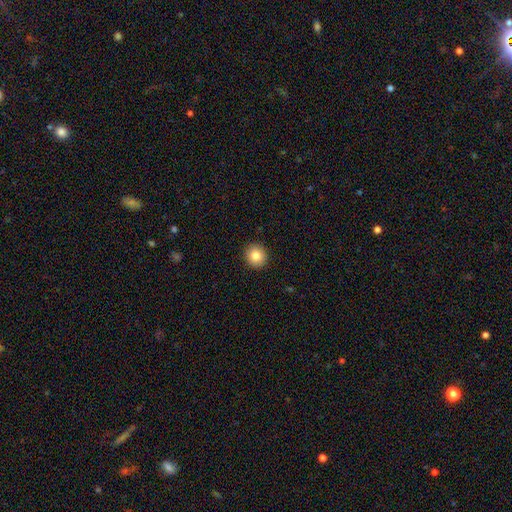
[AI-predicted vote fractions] Smooth or featured: smooth — 84% (star or artifact — 9%)
How rounded: round — 88% (in between — 11%)
Merging: none — 92% (minor disturbance — 5%)